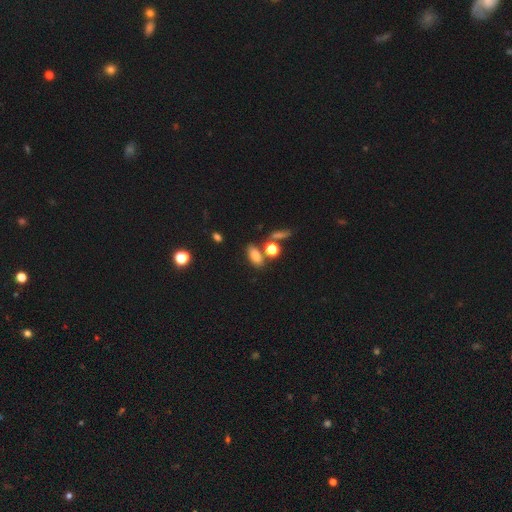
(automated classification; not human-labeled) Smooth or featured: smooth — 79% (star or artifact — 13%)
How rounded: in between — 81% (round — 11%)
Merging: none — 66% (merger — 16%)